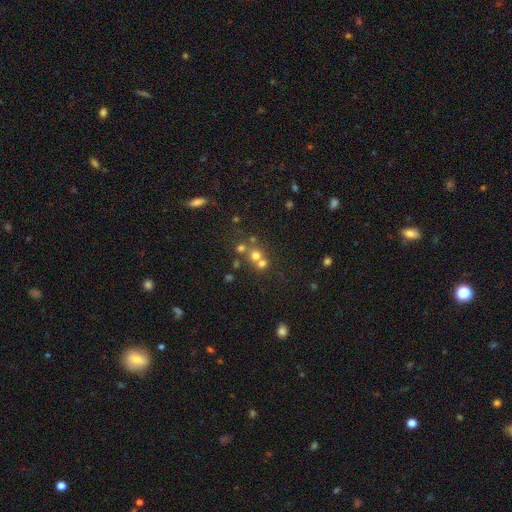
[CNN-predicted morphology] Smooth or featured? Predicted: smooth (p=0.61). How rounded? Predicted: round (p=0.85). Merging? Predicted: merger (p=0.47).